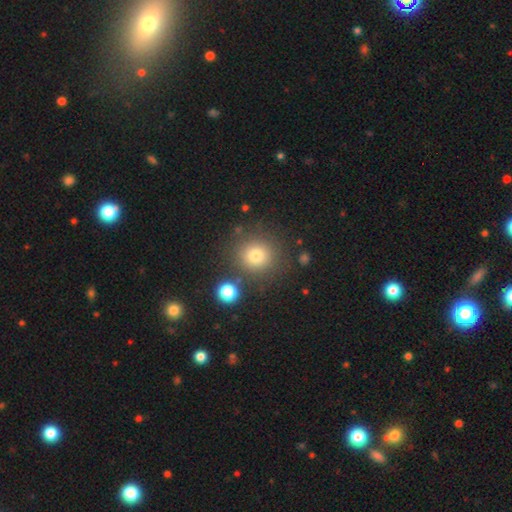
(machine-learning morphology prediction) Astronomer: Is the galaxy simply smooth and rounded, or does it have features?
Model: smooth — 77%.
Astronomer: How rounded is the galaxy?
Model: round — 92%.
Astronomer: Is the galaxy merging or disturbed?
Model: none — 83%.